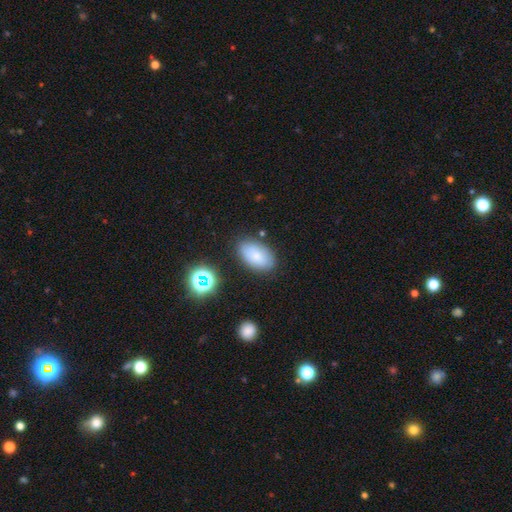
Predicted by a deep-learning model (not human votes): A smooth galaxy with no disk features (79%) that is in between round and cigar-shaped (93%). Merging: none (80%).